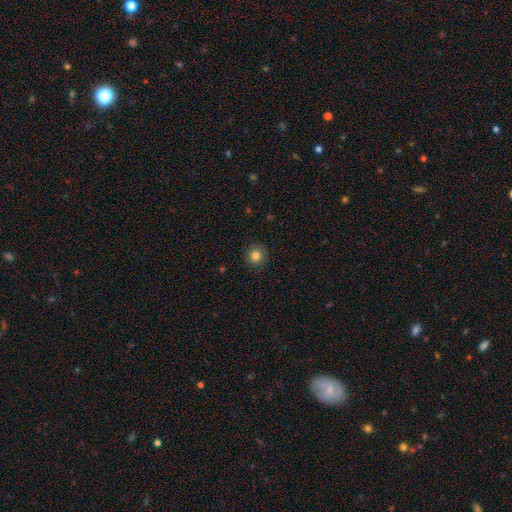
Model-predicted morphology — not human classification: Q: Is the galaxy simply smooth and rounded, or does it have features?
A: smooth — 82%.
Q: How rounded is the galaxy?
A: round — 91%.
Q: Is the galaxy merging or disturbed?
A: none — 90%.